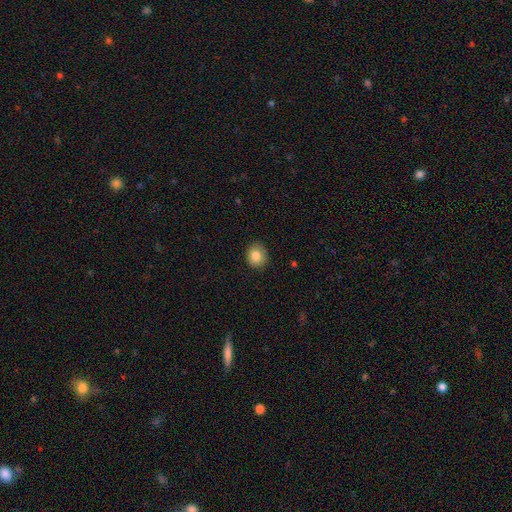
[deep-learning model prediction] The model was most divided on "how rounded": round: 73%, in between: 26%, cigar-shaped: 1%. More confident: merging — none (88%); smooth or featured — smooth (84%).